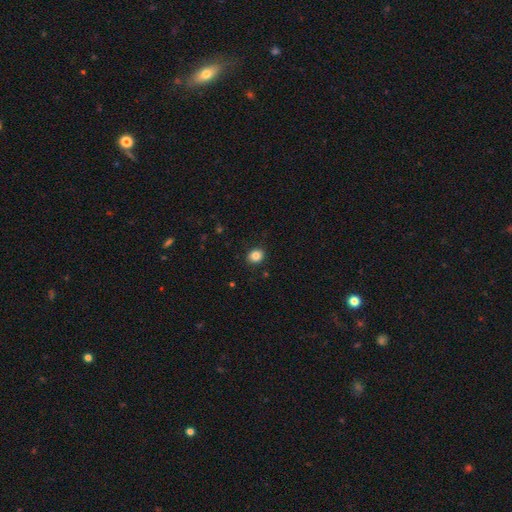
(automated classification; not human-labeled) Q: Smooth or featured?
A: smooth (85%); runner-up: star or artifact (10%)
Q: How rounded?
A: round (55%); runner-up: in between (45%)
Q: Merging?
A: none (88%); runner-up: minor disturbance (9%)